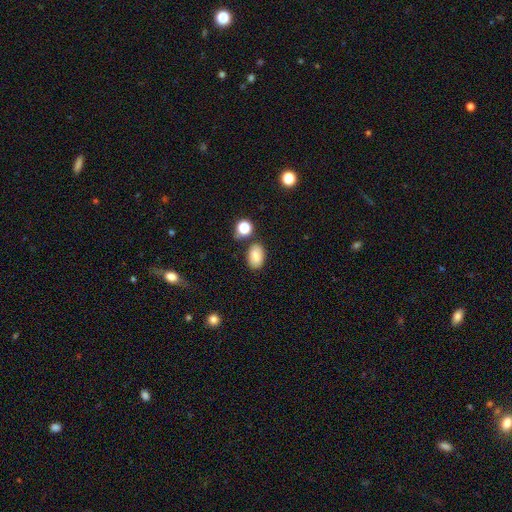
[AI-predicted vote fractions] The model was most divided on "merging": none: 77%, minor disturbance: 13%, merger: 6%, major disturbance: 3%. More confident: how rounded — in between (88%); smooth or featured — smooth (84%).